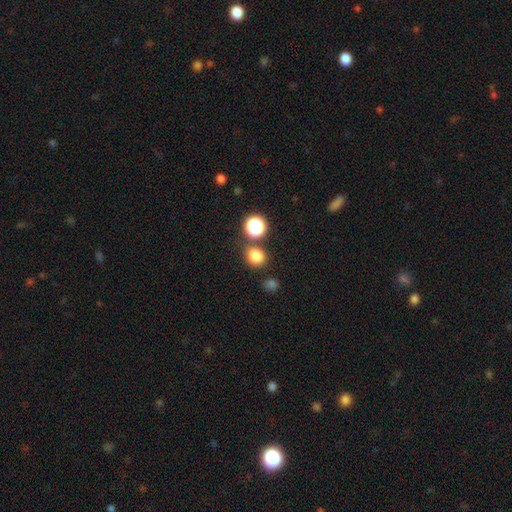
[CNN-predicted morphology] Smooth or featured? Predicted: smooth (p=0.80). How rounded? Predicted: round (p=0.77). Merging? Predicted: none (p=0.76).